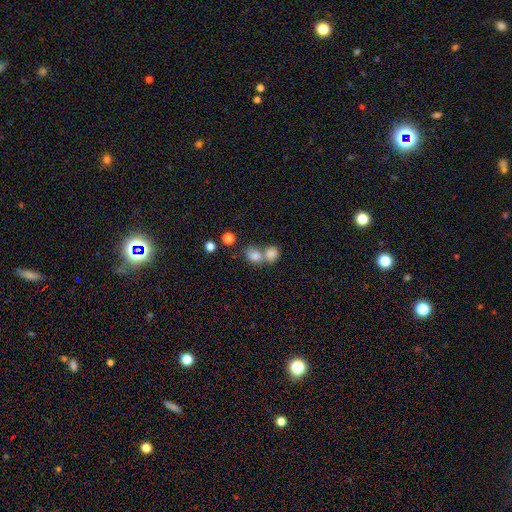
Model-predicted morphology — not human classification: smooth_or_featured: smooth (p=0.77) [alt: star or artifact p=0.12]
how_rounded: round (p=0.59) [alt: in between p=0.40]
merging: merger (p=0.59) [alt: none p=0.30]